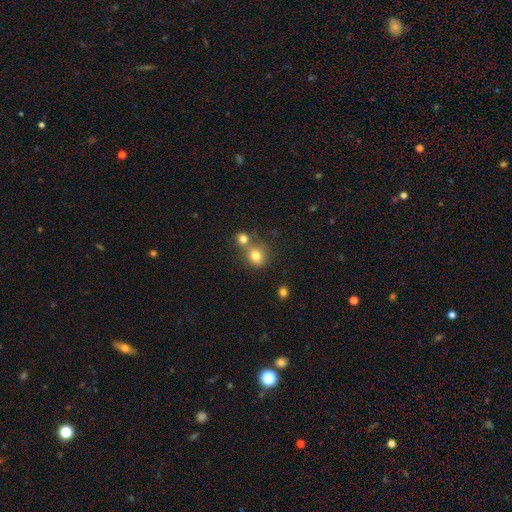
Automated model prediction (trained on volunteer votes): Smooth or featured? Predicted: smooth (p=0.79). How rounded? Predicted: round (p=0.81). Merging? Predicted: none (p=0.53).